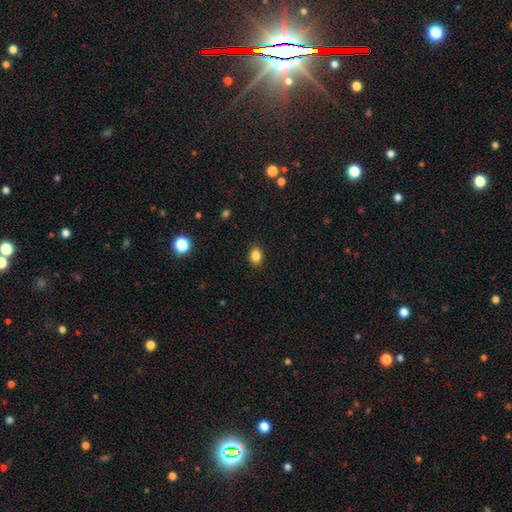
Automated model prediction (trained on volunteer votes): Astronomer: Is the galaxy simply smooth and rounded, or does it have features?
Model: smooth — 85%.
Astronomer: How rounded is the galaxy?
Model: in between — 70%.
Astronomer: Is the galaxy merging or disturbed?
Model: none — 89%.